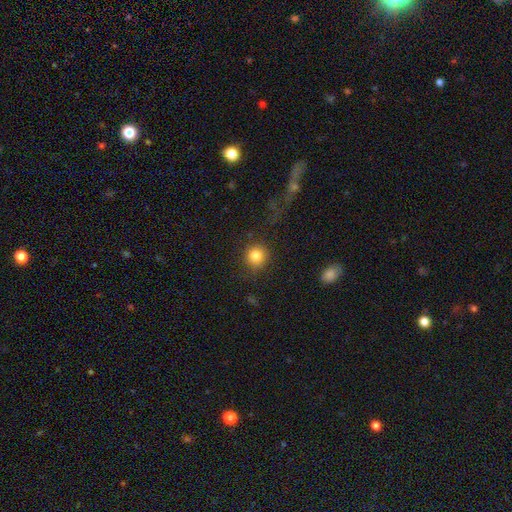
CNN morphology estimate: This appears to be a smooth galaxy with no disk features (84%) that is round (92%). Merging: none (81%).